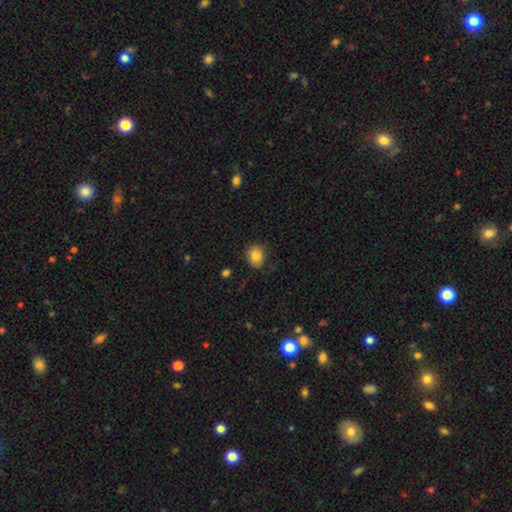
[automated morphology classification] This is clearly a smooth galaxy (83%). How rounded: likely round (62%). Merging: likely none (79%).